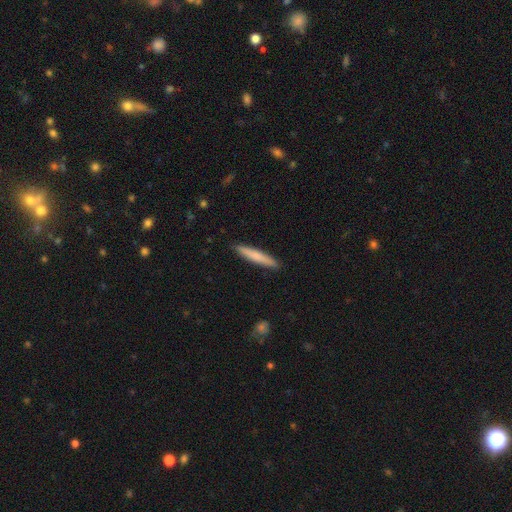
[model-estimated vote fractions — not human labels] A smooth galaxy with no disk features (73%) that is cigar-shaped (94%).

Vote fractions:
- Smooth or featured? smooth: 73% / featured or disk: 22% / star or artifact: 5%
- How rounded? cigar-shaped: 94% / in between: 5% / round: 1%
- Merging? none: 91% / minor disturbance: 6% / major disturbance: 1% / merger: 1%